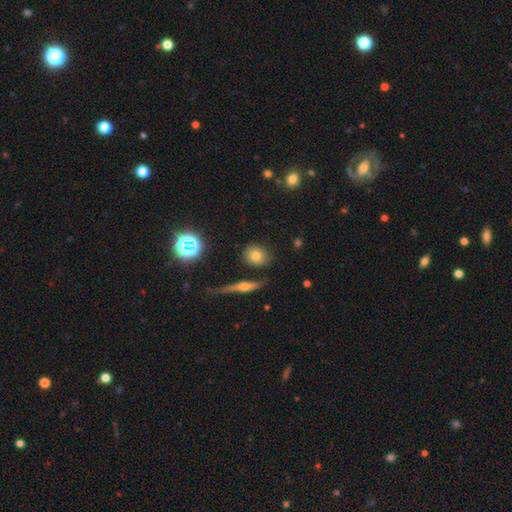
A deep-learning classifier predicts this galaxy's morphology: A smooth galaxy with no disk features (74%) that is round (69%). Merging: none (79%).